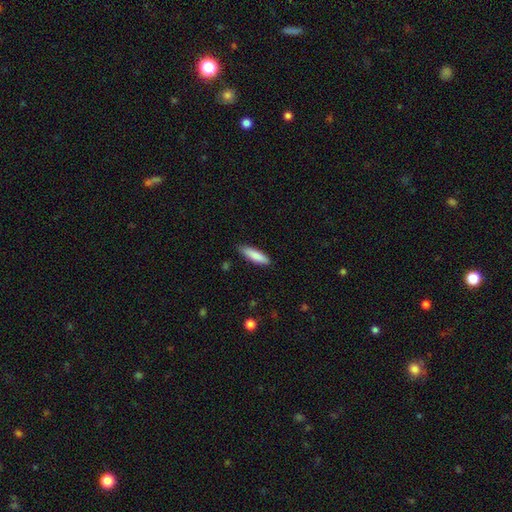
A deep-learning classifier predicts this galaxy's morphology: This is clearly a smooth galaxy (85%). How rounded: likely cigar-shaped (65%). Merging: clearly none (81%).